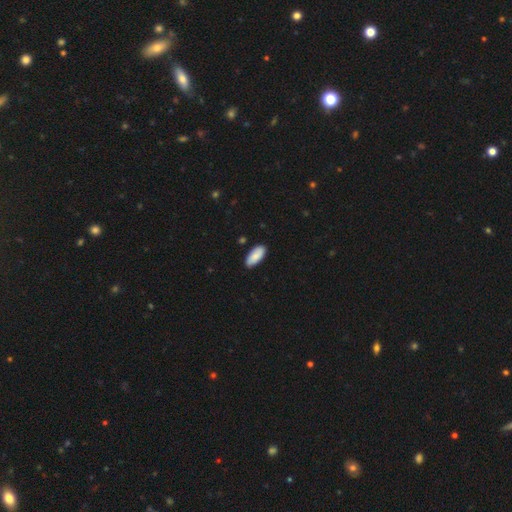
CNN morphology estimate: Smooth or featured? smooth (88%)
How rounded? in between (88%)
Merging? none (86%)